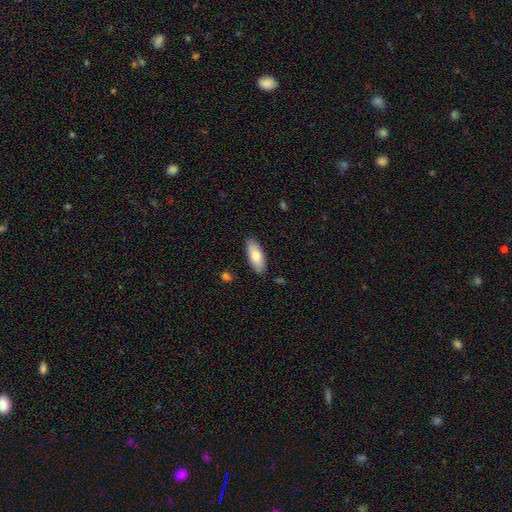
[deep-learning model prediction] Smooth or featured? smooth (79%)
How rounded? in between (80%)
Merging? none (86%)